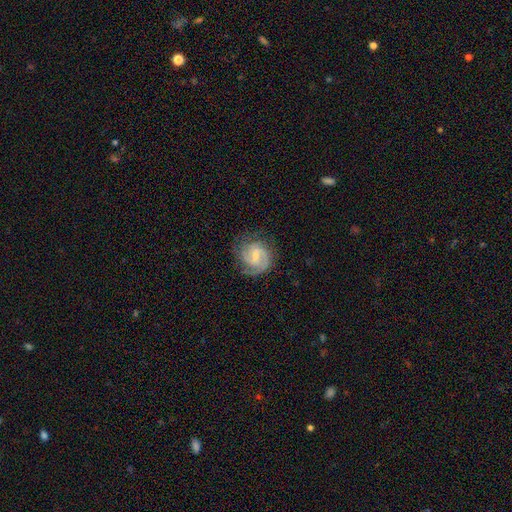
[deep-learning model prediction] This appears to be a featured or disk galaxy (88%) with a weak bar (59%), 2 (60%) tight (49%) spiral arms (98%) and a small central bulge (58%). Merging: none (73%).